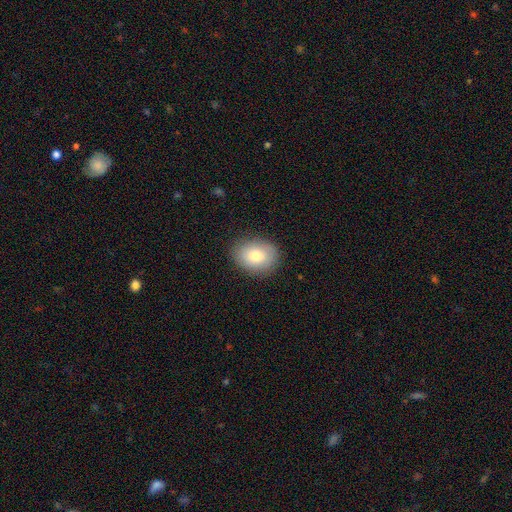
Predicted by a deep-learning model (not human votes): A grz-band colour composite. It shows a smooth galaxy with no disk features (78%) that is in between round and cigar-shaped (61%). Merging: none (86%).